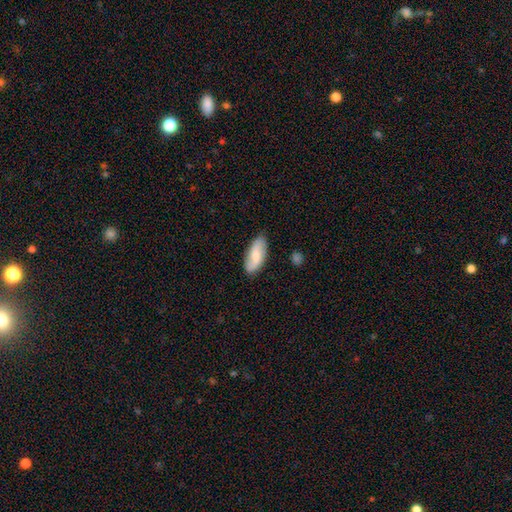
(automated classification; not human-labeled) Smooth or featured?
  - smooth: 51% *
  - featured or disk: 43%
  - star or artifact: 6%
How rounded?
  - in between: 84% *
  - cigar-shaped: 13%
  - round: 3%
Merging?
  - none: 82% *
  - minor disturbance: 14%
  - major disturbance: 3%
  - merger: 1%